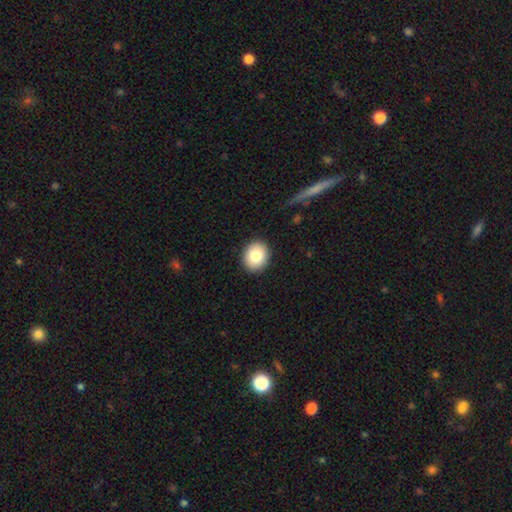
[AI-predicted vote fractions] Smooth or featured? smooth (82%)
How rounded? round (67%)
Merging? none (91%)